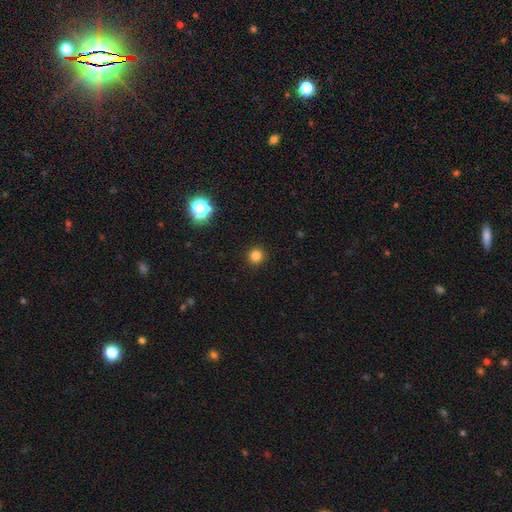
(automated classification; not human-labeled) This is clearly a smooth galaxy (82%). How rounded: clearly round (94%). Merging: clearly none (92%).